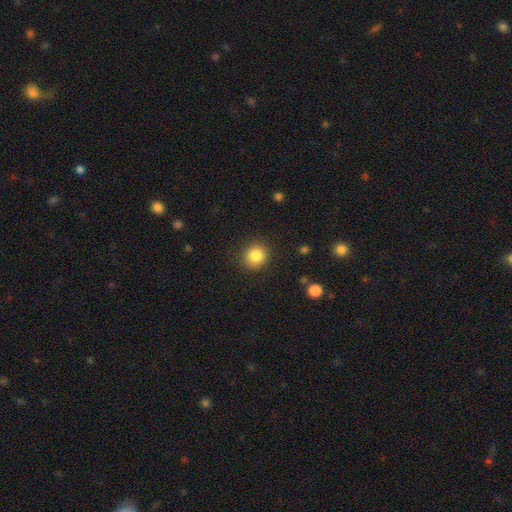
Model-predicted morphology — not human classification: This appears to be a smooth galaxy with no disk features (85%) that is round (86%). Merging: none (88%).